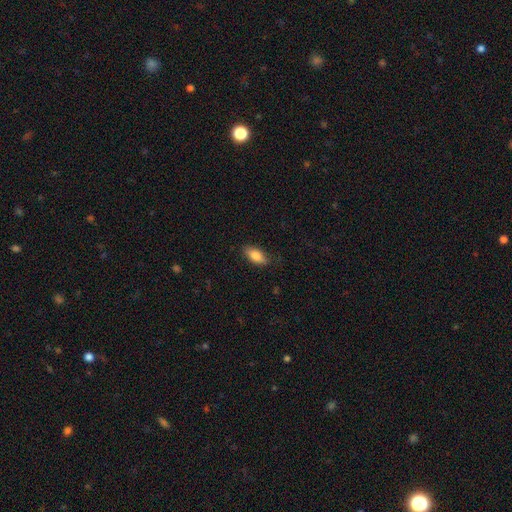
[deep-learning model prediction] smooth 82%, featured or disk 11%, star or artifact 7%. Down the decision tree: how rounded — in between (86%); merging — none (81%).